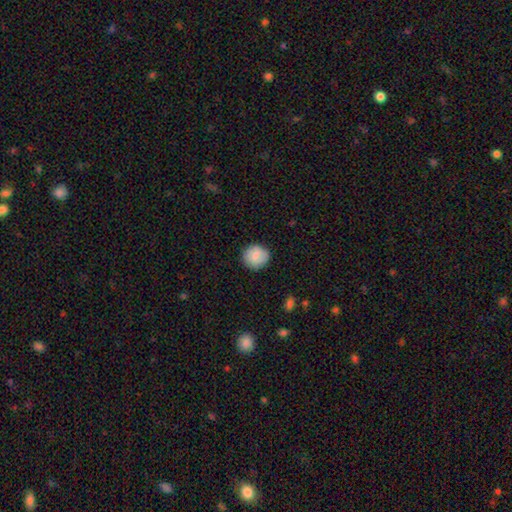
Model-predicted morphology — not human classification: This appears to be a smooth galaxy with no disk features (83%) that is round (88%). Merging: none (84%).